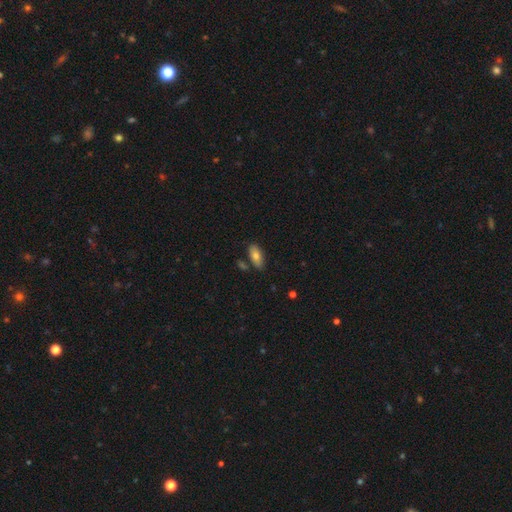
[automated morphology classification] Smooth or featured: smooth — 77% (featured or disk — 16%)
How rounded: in between — 86% (cigar-shaped — 12%)
Merging: none — 79% (minor disturbance — 13%)